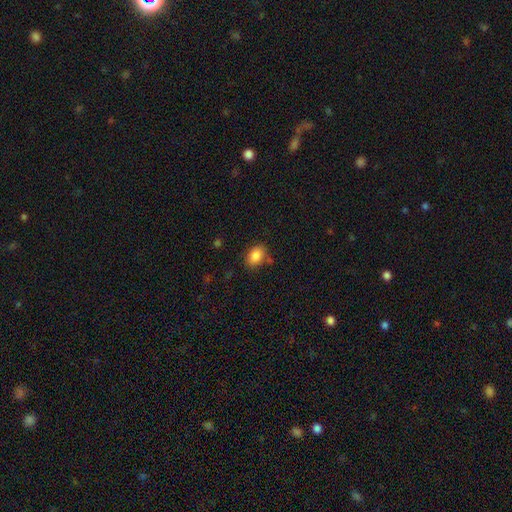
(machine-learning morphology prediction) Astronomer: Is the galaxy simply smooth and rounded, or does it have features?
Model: smooth — 87%.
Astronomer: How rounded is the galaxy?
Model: in between — 77%.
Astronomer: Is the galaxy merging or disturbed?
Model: none — 76%.